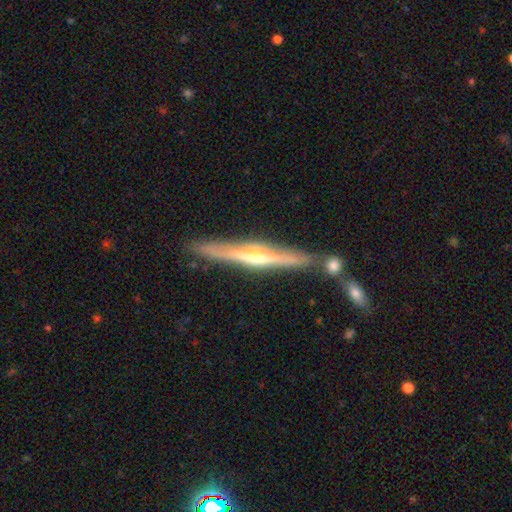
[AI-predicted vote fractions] Smooth or featured? Predicted: featured or disk (p=0.81). Edge-on disk? Predicted: yes (p=0.97). Edge-on bulge? Predicted: rounded (p=0.87). Merging? Predicted: none (p=0.79).